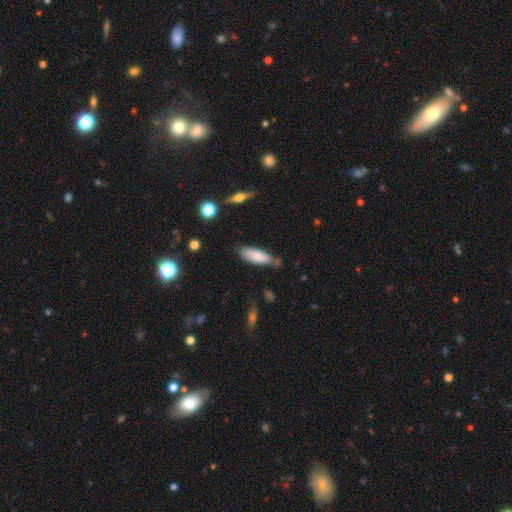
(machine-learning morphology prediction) This is likely a smooth galaxy (76%). How rounded: likely in between (65%). Merging: likely none (62%).